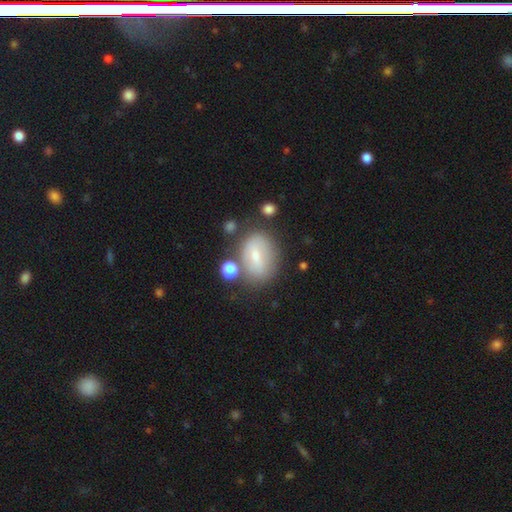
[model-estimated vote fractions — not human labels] smooth-or-featured: smooth: 59% | featured or disk: 31% | star or artifact: 10%
  how-rounded: in between: 65% | round: 33% | cigar-shaped: 2%
  merging: none: 64% | minor disturbance: 19% | merger: 9% | major disturbance: 8%